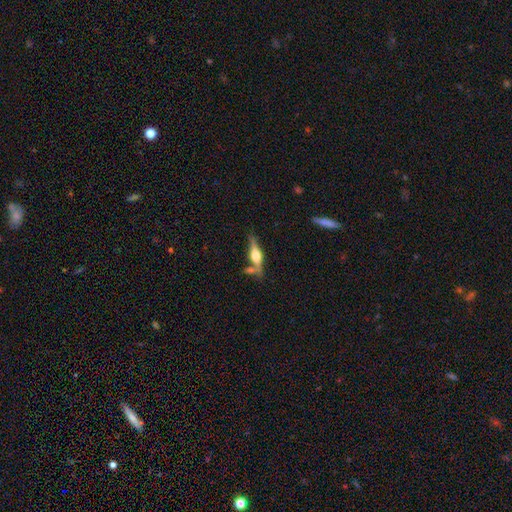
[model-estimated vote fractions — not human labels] smooth_or_featured: featured or disk (p=0.71) [alt: smooth p=0.23]
disk_edge_on: yes (p=0.96) [alt: no p=0.04]
edge_on_bulge: rounded (p=0.92) [alt: boxy p=0.06]
merging: none (p=0.68) [alt: merger p=0.15]